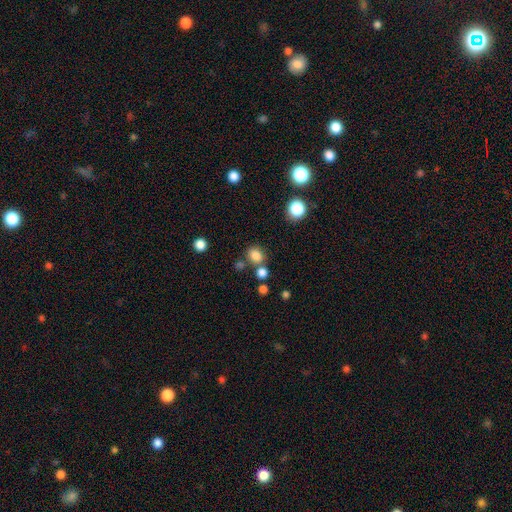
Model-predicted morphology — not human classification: Smooth or featured?
  - smooth: 81% *
  - star or artifact: 13%
  - featured or disk: 5%
How rounded?
  - round: 65% *
  - in between: 34%
  - cigar-shaped: 1%
Merging?
  - none: 69% *
  - merger: 16%
  - minor disturbance: 10%
  - major disturbance: 4%